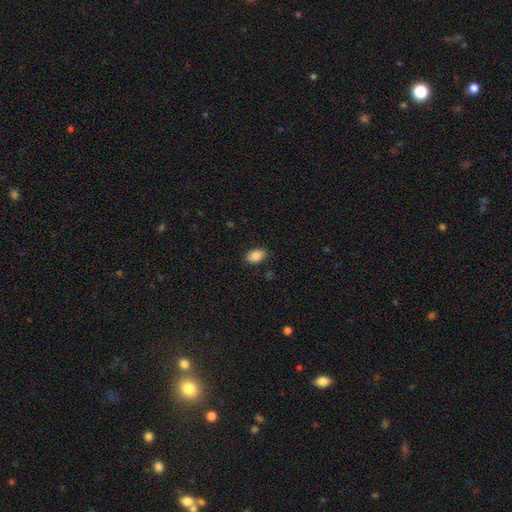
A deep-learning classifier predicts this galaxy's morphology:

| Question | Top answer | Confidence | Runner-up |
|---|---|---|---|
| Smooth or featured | smooth | 85% | star or artifact (8%) |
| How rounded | in between | 86% | round (13%) |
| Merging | none | 85% | minor disturbance (12%) |